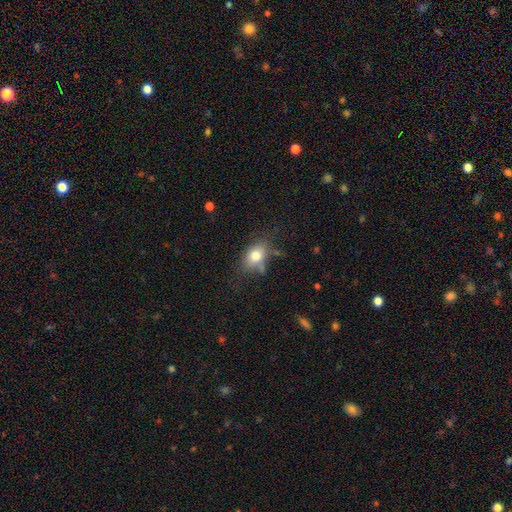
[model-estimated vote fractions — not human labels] Smooth or featured? smooth (76%)
How rounded? in between (76%)
Merging? none (60%)